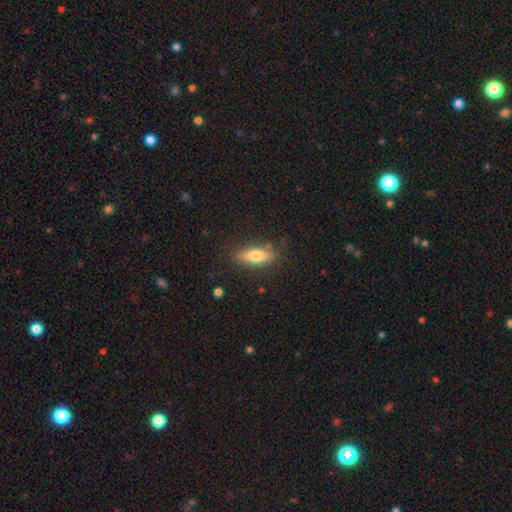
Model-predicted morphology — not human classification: smooth_or_featured: smooth (p=0.70) [alt: featured or disk p=0.23]
how_rounded: in between (p=0.60) [alt: cigar-shaped p=0.37]
merging: none (p=0.81) [alt: minor disturbance p=0.13]